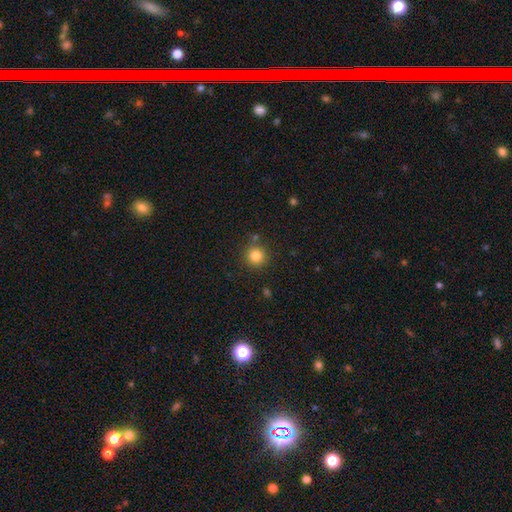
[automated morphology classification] A smooth galaxy with no disk features (83%) that is round (94%).

Vote fractions:
- Smooth or featured? smooth: 83% / star or artifact: 12% / featured or disk: 5%
- How rounded? round: 94% / in between: 5% / cigar-shaped: 1%
- Merging? none: 84% / minor disturbance: 9% / merger: 5% / major disturbance: 3%